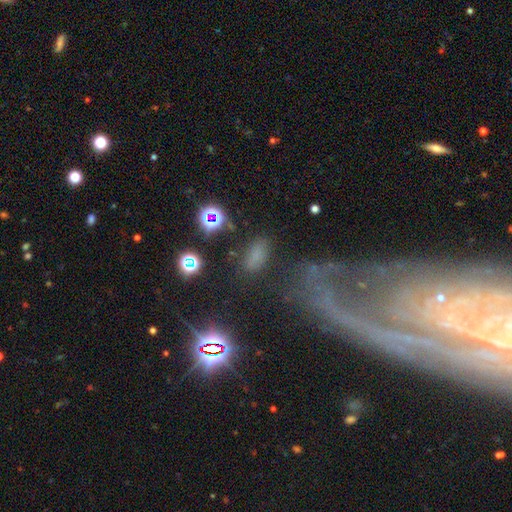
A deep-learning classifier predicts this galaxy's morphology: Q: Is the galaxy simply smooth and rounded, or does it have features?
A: smooth — 67%.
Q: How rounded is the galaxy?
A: in between — 88%.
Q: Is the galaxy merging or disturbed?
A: none — 73%.